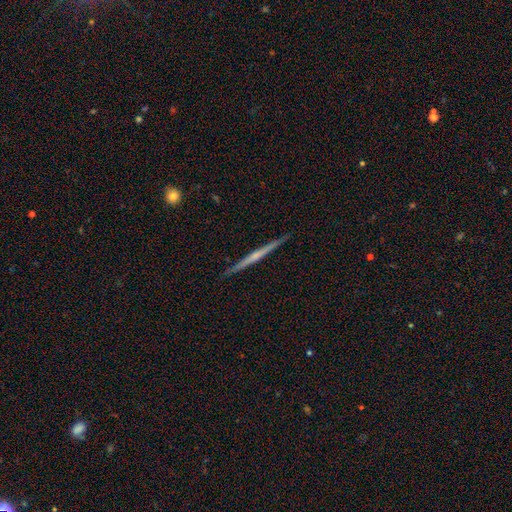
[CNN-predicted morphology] Overall: featured or disk (67%). Edge-on disk: yes (98%). Edge-on bulge: none (56%; rounded 37%). Merging: none (91%).